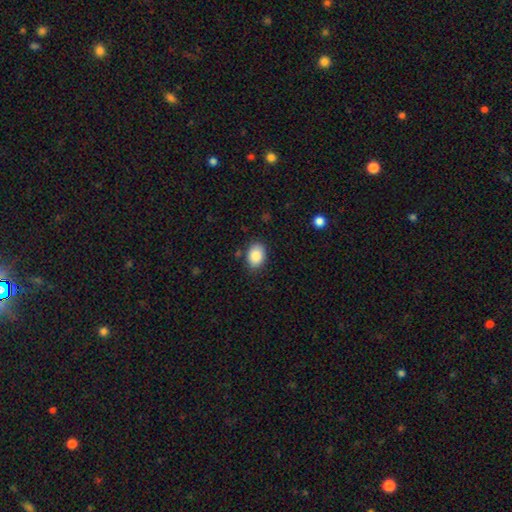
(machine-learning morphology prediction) smooth_or_featured: smooth (p=0.88) [alt: star or artifact p=0.08]
how_rounded: in between (p=0.75) [alt: round p=0.24]
merging: none (p=0.83) [alt: minor disturbance p=0.12]